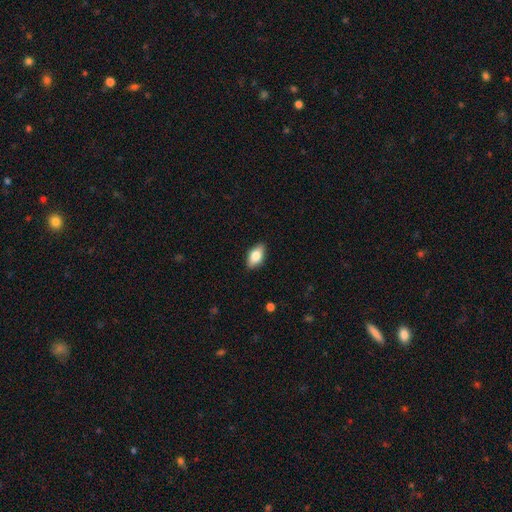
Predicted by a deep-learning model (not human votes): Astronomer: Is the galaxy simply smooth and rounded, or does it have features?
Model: smooth — 75%.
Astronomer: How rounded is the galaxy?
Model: in between — 89%.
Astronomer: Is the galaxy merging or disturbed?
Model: none — 87%.